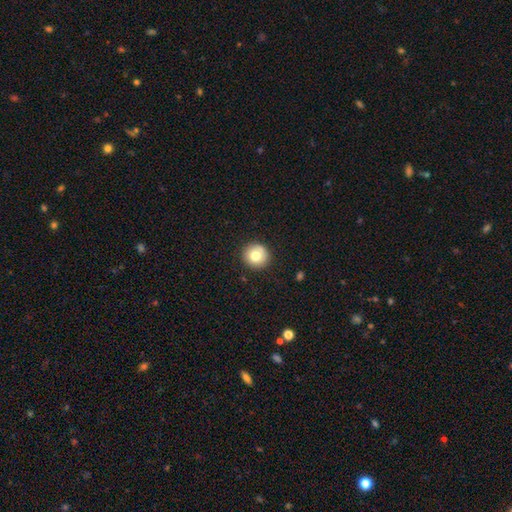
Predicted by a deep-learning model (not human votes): smooth_or_featured: smooth (p=0.77) [alt: featured or disk p=0.13]
how_rounded: round (p=0.95) [alt: in between p=0.04]
merging: none (p=0.91) [alt: minor disturbance p=0.06]